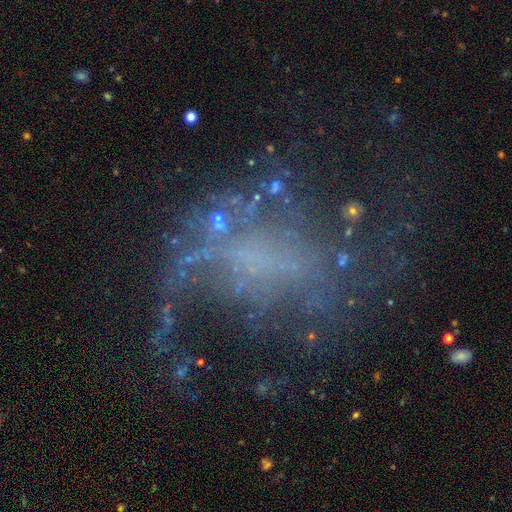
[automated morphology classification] This appears to be a featured or disk galaxy (71%) with no bar (59%), spiral arms (68%) and no central bulge (68%). Merging: none (41%).